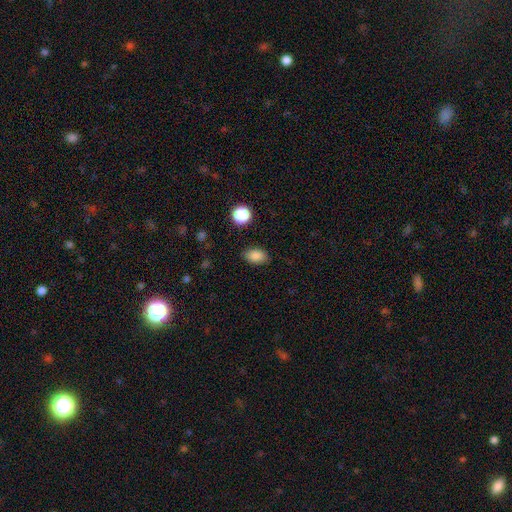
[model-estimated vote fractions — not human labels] The model was most divided on "how rounded": in between: 83%, round: 15%, cigar-shaped: 1%. More confident: smooth or featured — smooth (85%); merging — none (85%).